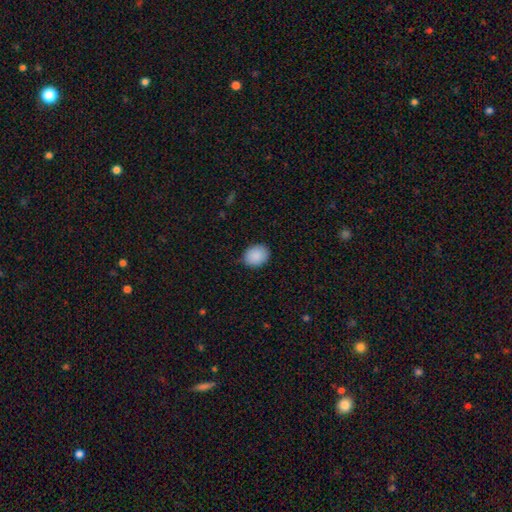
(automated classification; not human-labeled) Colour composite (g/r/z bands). It shows a smooth galaxy with no disk features (90%) that is round (57%). Merging: none (84%).